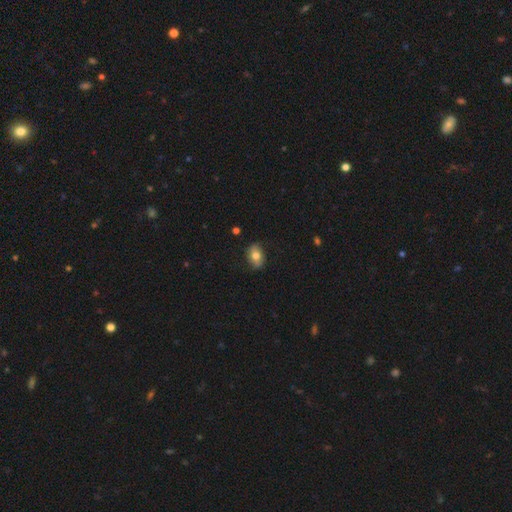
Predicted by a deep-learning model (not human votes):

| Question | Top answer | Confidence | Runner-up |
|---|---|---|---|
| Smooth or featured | smooth | 71% | featured or disk (21%) |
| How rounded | in between | 81% | round (18%) |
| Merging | none | 82% | minor disturbance (14%) |